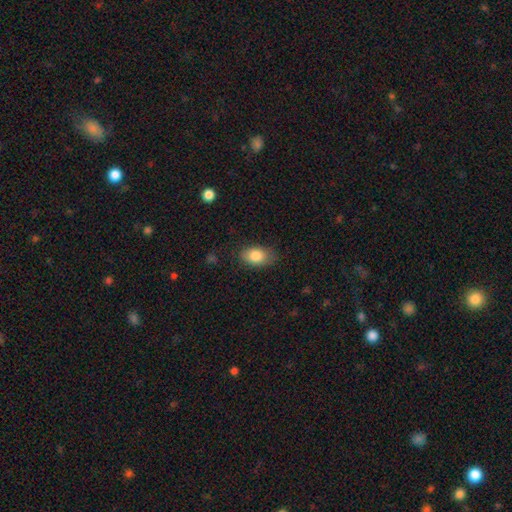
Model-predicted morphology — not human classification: This is clearly a smooth galaxy (84%). How rounded: clearly in between (86%). Merging: clearly none (80%).